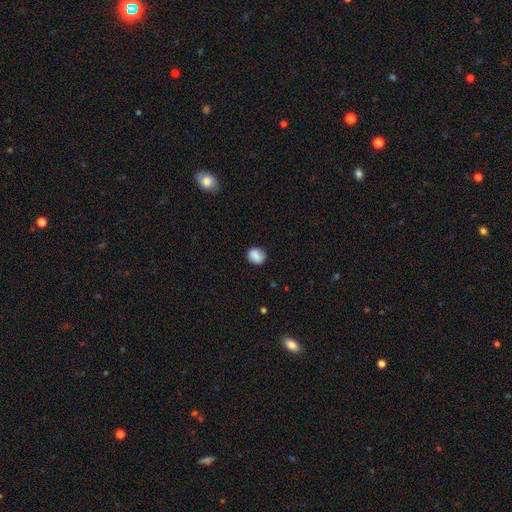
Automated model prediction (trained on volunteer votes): Morphology: type=smooth (78%); roundness=round (66%); merging=none (80%).